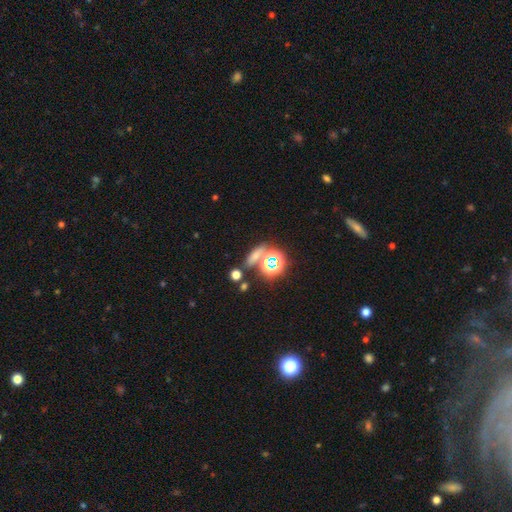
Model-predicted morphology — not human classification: This appears to be a smooth galaxy with no disk features (47%). Merging: none (69%).